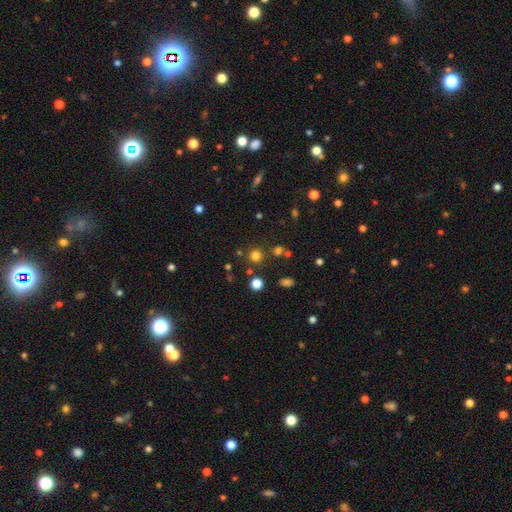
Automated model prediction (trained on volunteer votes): smooth 74%, star or artifact 20%, featured or disk 6%. Down the decision tree: how rounded — round (93%); merging — none (83%).